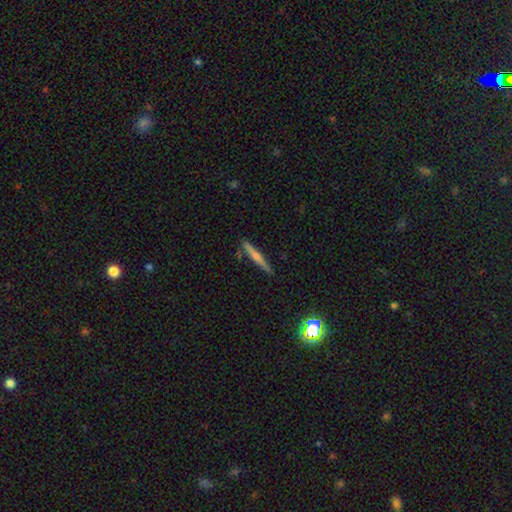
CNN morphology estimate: Overall: featured or disk (53%; smooth 40%). Edge-on disk: yes (97%). Edge-on bulge: rounded (69%). Merging: none (86%).